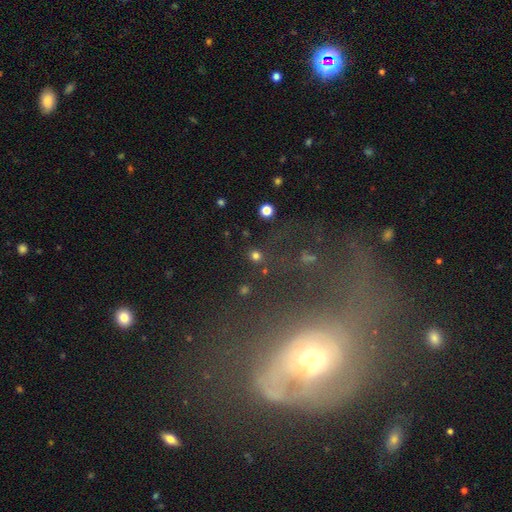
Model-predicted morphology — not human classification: smooth_or_featured: smooth (p=0.75) [alt: star or artifact p=0.19]
how_rounded: round (p=0.88) [alt: in between p=0.10]
merging: none (p=0.85) [alt: minor disturbance p=0.07]